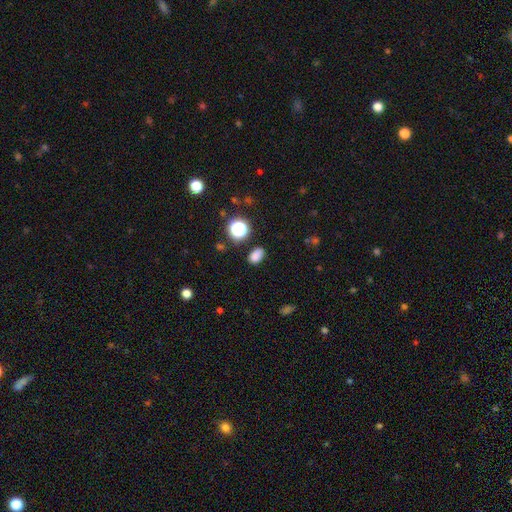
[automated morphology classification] A smooth galaxy with no disk features (80%) that is in between round and cigar-shaped (78%). Merging: none (82%).